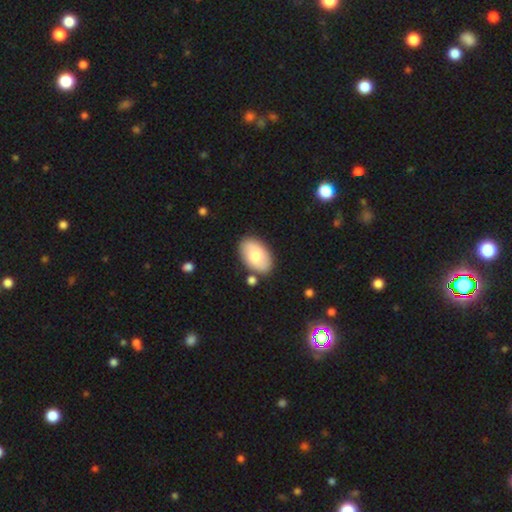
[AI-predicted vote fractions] A smooth galaxy with no disk features (72%) that is in between round and cigar-shaped (92%).

Vote fractions:
- Smooth or featured? smooth: 72% / featured or disk: 22% / star or artifact: 6%
- How rounded? in between: 92% / round: 6% / cigar-shaped: 1%
- Merging? none: 81% / minor disturbance: 11% / merger: 5% / major disturbance: 3%